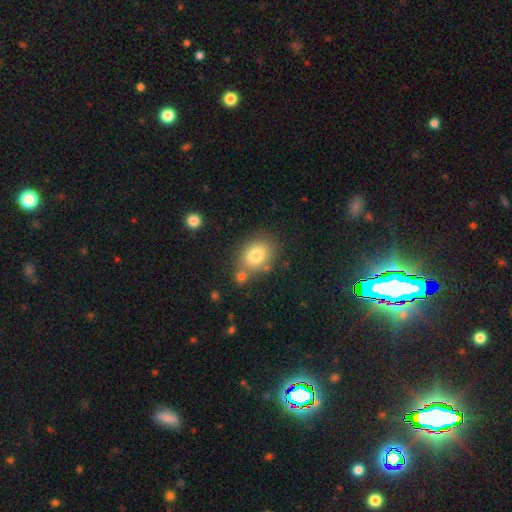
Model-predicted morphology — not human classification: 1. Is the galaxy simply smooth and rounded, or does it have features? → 78% smooth, 12% featured or disk, 10% star or artifact.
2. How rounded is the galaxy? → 60% in between, 39% round, 1% cigar-shaped.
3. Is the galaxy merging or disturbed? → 63% none, 19% merger, 14% minor disturbance, 5% major disturbance.